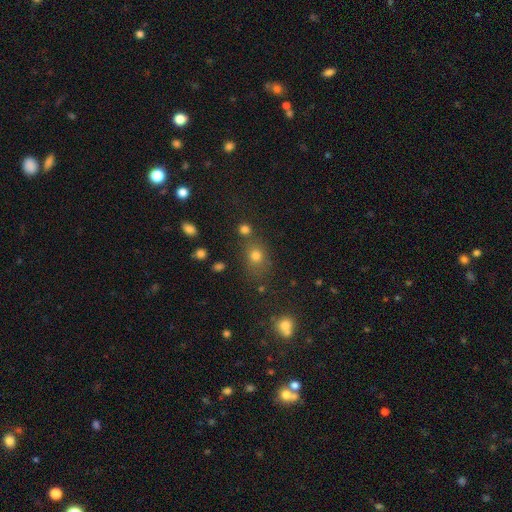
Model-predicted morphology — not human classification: This is likely a smooth galaxy (72%). How rounded: likely round (61%). Merging: likely none (67%).